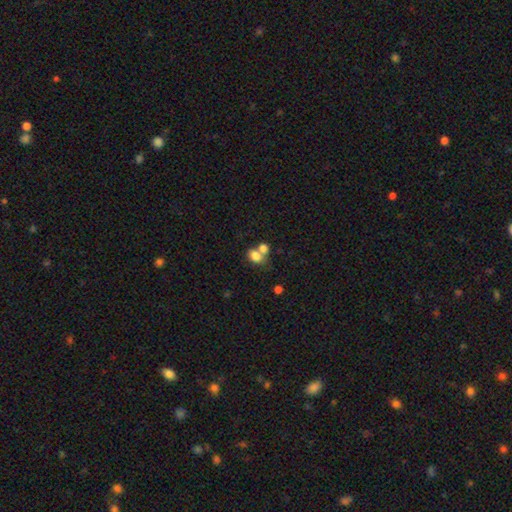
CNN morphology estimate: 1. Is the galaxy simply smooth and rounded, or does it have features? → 78% smooth, 11% featured or disk, 11% star or artifact.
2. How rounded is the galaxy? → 62% in between, 37% round, 1% cigar-shaped.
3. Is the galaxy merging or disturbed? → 54% merger, 32% none, 9% minor disturbance, 5% major disturbance.